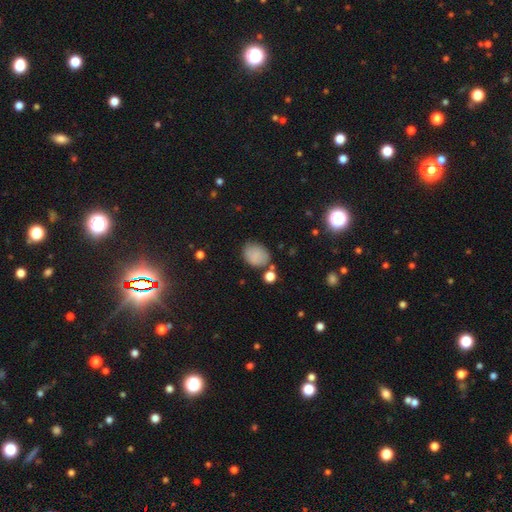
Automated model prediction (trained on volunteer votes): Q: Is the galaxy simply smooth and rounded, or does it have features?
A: smooth — 83%.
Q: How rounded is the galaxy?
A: in between — 58%.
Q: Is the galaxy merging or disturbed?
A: none — 70%.